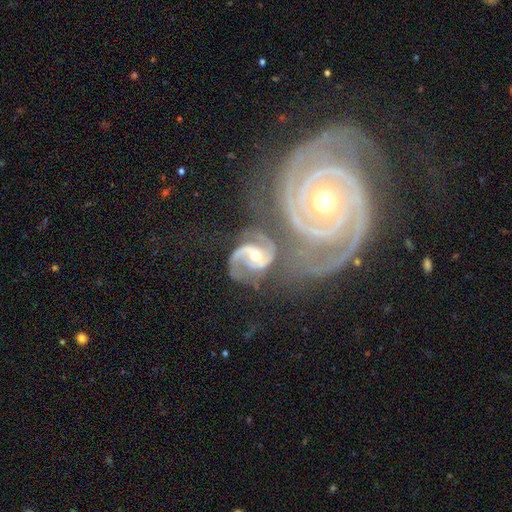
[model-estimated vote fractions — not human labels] A featured or disk galaxy (90%) with a weak bar (41%), 2 (74%) medium (54%) spiral arms (97%) and a moderate central bulge (65%).

Vote fractions:
- Smooth or featured? featured or disk: 90% / star or artifact: 5% / smooth: 5%
- Edge-on disk? no: 98% / yes: 2%
- Bar? weak: 41% / strong: 30% / no: 29%
- Spiral arms? yes: 97% / no: 3%
- Spiral winding? medium: 54% / tight: 28% / loose: 18%
- Spiral arm count? 2: 74% / 3: 12% / can't tell: 6% / 1: 4% / 4: 3% / more than 4: 2%
- Bulge size? moderate: 65% / small: 29% / large: 4% / none: 1% / dominant: 1%
- Merging? merger: 33% (tied) / none: 33% (tied) / major disturbance: 18% / minor disturbance: 16%